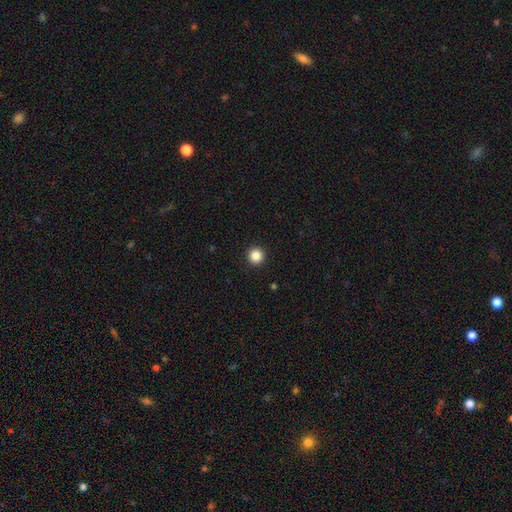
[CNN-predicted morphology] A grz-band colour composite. It shows a smooth galaxy with no disk features (86%) that is round (96%). Merging: none (93%).